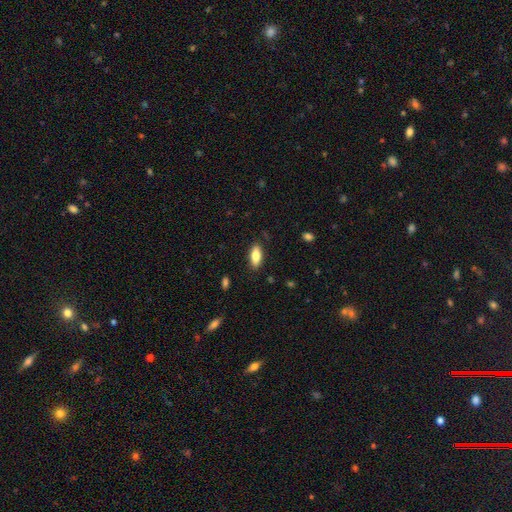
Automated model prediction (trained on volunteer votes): This is clearly a smooth galaxy (82%). How rounded: likely in between (79%). Merging: clearly none (86%).